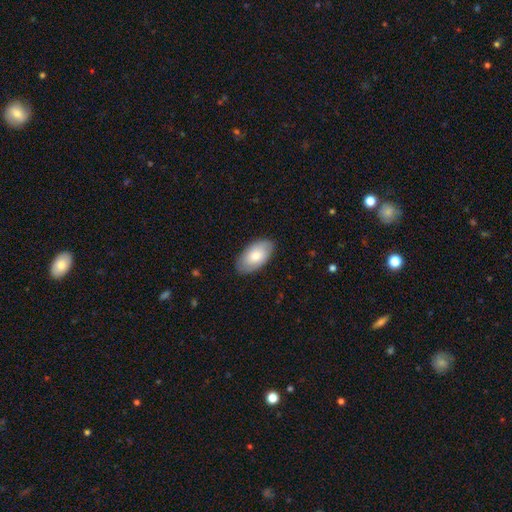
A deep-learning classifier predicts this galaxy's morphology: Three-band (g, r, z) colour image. It shows a smooth galaxy with no disk features (75%) that is in between round and cigar-shaped (95%). Merging: none (85%).